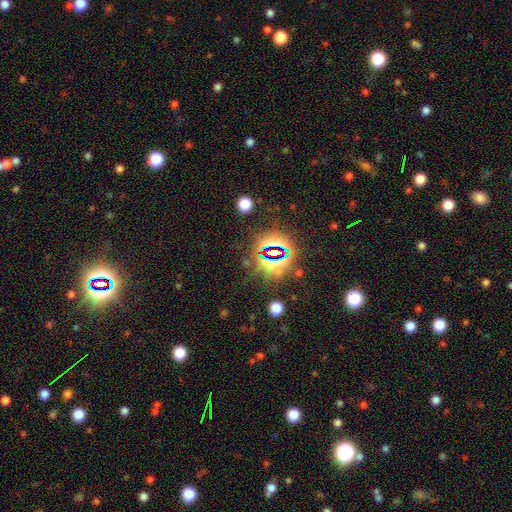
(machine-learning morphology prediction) star or artifact 82%, smooth 11%, featured or disk 7%.